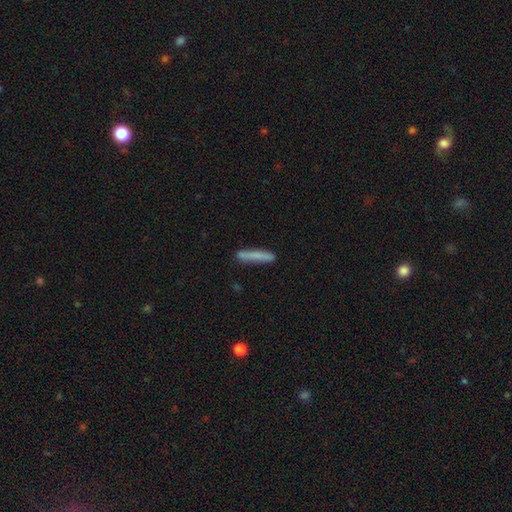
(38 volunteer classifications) Smooth or featured? smooth (74%)
How rounded? cigar-shaped (96%)
Merging? none (89%)